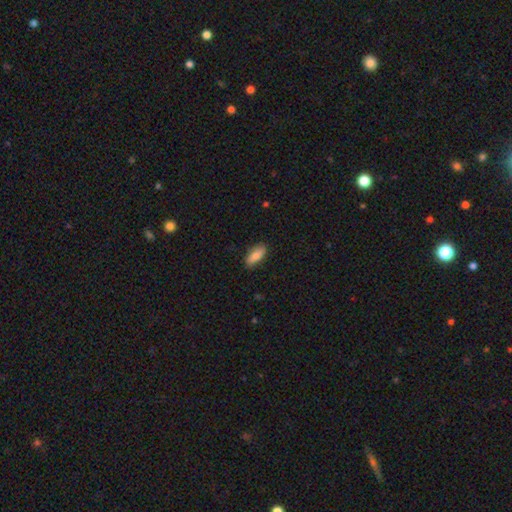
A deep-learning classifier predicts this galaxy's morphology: smooth_or_featured: smooth (p=0.78) [alt: featured or disk p=0.16]
how_rounded: in between (p=0.78) [alt: cigar-shaped p=0.19]
merging: none (p=0.85) [alt: minor disturbance p=0.12]